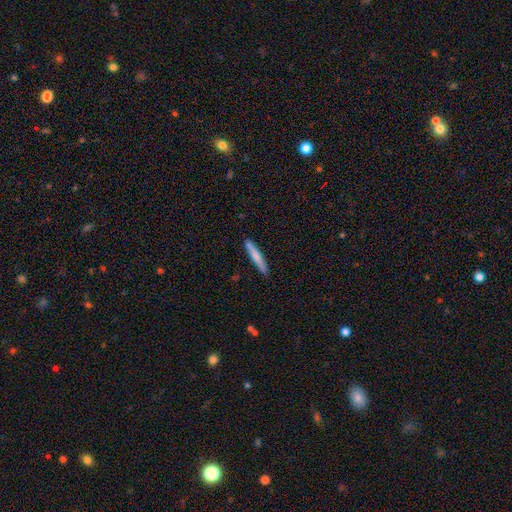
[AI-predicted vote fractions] Smooth or featured: smooth — 67% (featured or disk — 28%)
How rounded: cigar-shaped — 95% (in between — 4%)
Merging: none — 88% (minor disturbance — 9%)